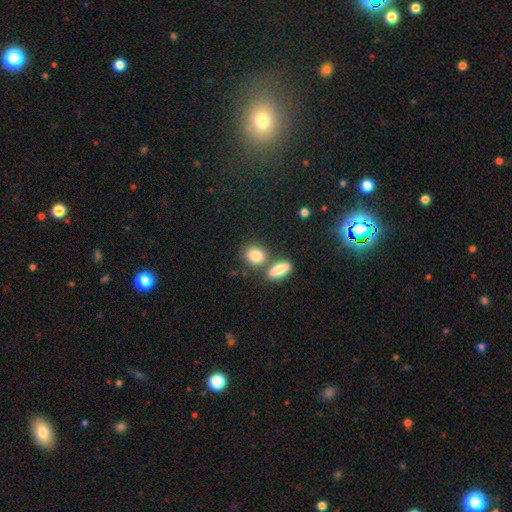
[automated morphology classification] smooth-or-featured: smooth: 85% | star or artifact: 8% | featured or disk: 8%
  how-rounded: round: 53% | in between: 44% | cigar-shaped: 3%
  merging: none: 61% | merger: 26% | minor disturbance: 10% | major disturbance: 4%